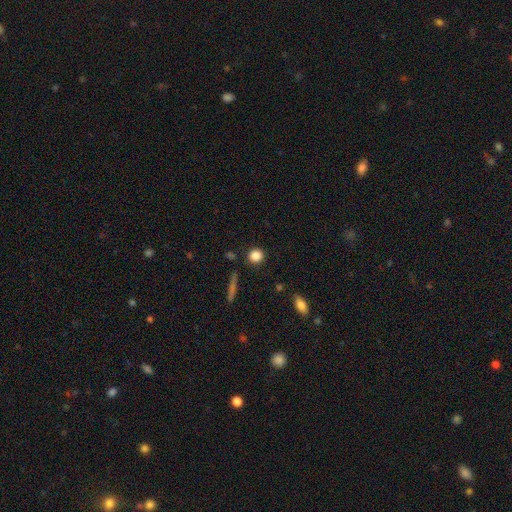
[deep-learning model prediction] smooth_or_featured: smooth (p=0.85) [alt: star or artifact p=0.09]
how_rounded: round (p=0.85) [alt: in between p=0.12]
merging: none (p=0.87) [alt: minor disturbance p=0.08]